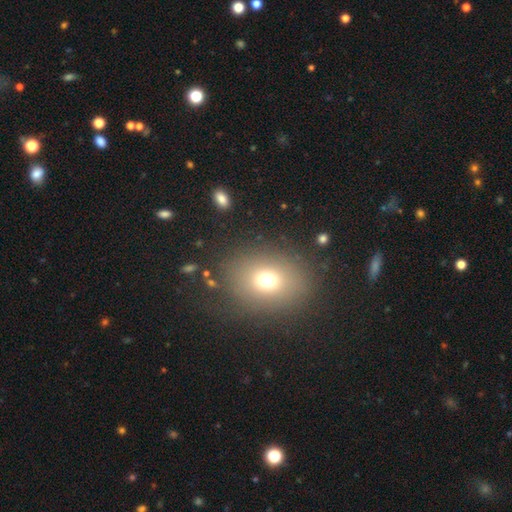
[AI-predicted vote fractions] A smooth galaxy with no disk features (64%) that is round (52%).

Vote fractions:
- Smooth or featured? smooth: 64% / star or artifact: 25% / featured or disk: 11%
- How rounded? round: 52% / in between: 47% / cigar-shaped: 1%
- Merging? none: 87% / minor disturbance: 8% / major disturbance: 3% / merger: 2%